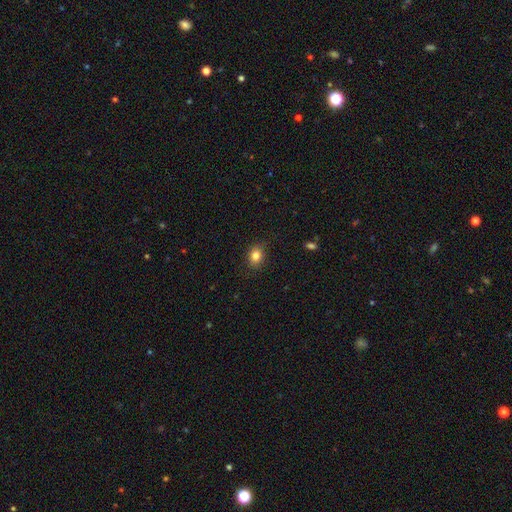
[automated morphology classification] Smooth or featured? Predicted: smooth (p=0.83). How rounded? Predicted: in between (p=0.55). Merging? Predicted: none (p=0.82).